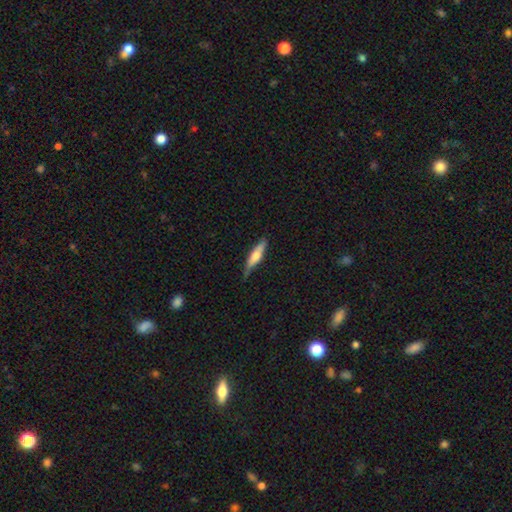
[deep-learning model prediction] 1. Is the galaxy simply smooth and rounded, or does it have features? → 54% smooth, 41% featured or disk, 5% star or artifact.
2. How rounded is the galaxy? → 80% cigar-shaped, 19% in between, 2% round.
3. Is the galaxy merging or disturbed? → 74% none, 21% minor disturbance, 3% major disturbance, 1% merger.